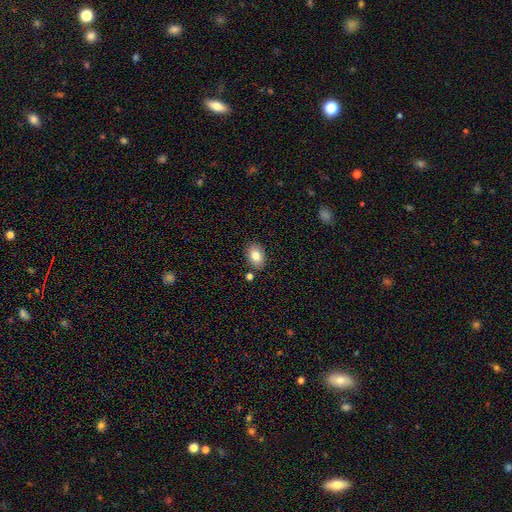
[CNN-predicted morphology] smooth 81%, featured or disk 10%, star or artifact 8%. Down the decision tree: how rounded — in between (77%); merging — none (83%).